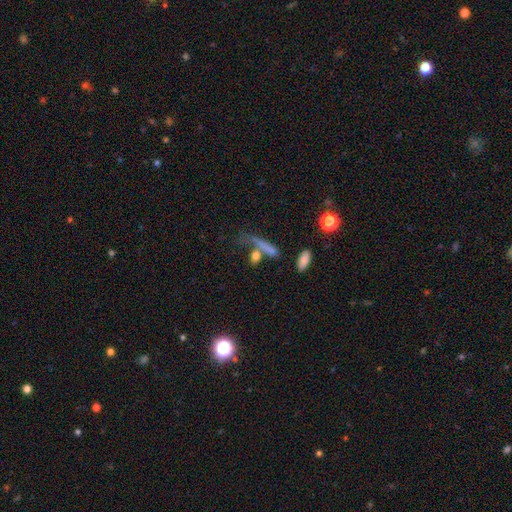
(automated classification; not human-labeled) This appears to be a smooth galaxy with no disk features (72%) that is in between round and cigar-shaped (39%, tied with cigar-shaped). Merging: none (45%).